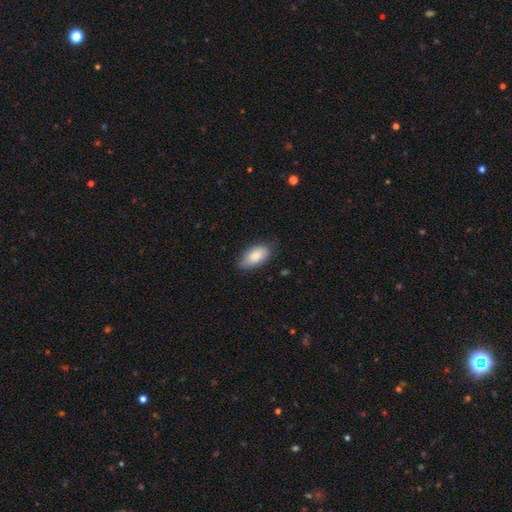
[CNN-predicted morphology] smooth_or_featured: smooth (p=0.83) [alt: featured or disk p=0.11]
how_rounded: in between (p=0.92) [alt: cigar-shaped p=0.05]
merging: none (p=0.76) [alt: minor disturbance p=0.20]